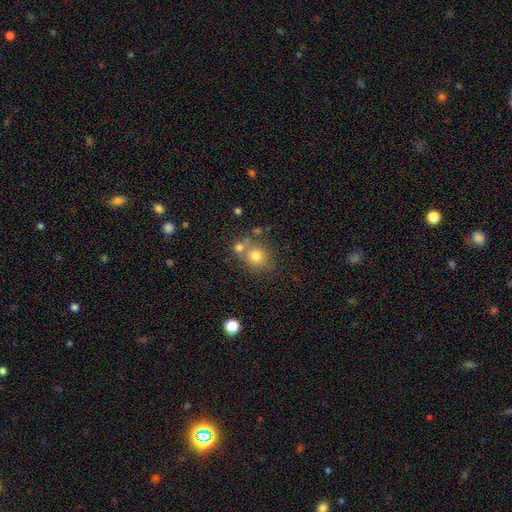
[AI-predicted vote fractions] smooth_or_featured: smooth (p=0.76) [alt: star or artifact p=0.12]
how_rounded: round (p=0.77) [alt: in between p=0.22]
merging: none (p=0.58) [alt: merger p=0.25]